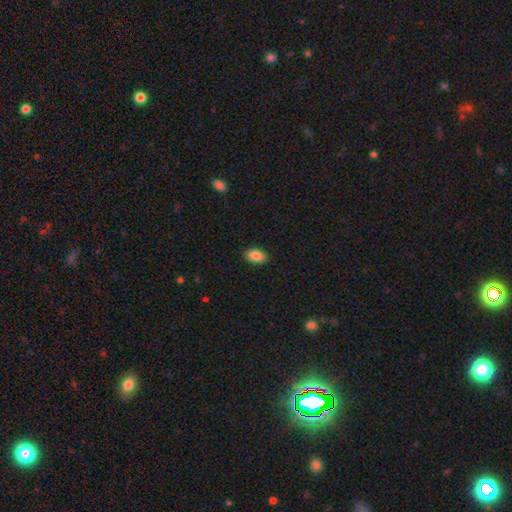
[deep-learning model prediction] A smooth galaxy with no disk features (87%) that is in between round and cigar-shaped (91%).

Vote fractions:
- Smooth or featured? smooth: 87% / star or artifact: 8% / featured or disk: 5%
- How rounded? in between: 91% / round: 7% / cigar-shaped: 2%
- Merging? none: 88% / minor disturbance: 9% / major disturbance: 2% / merger: 1%